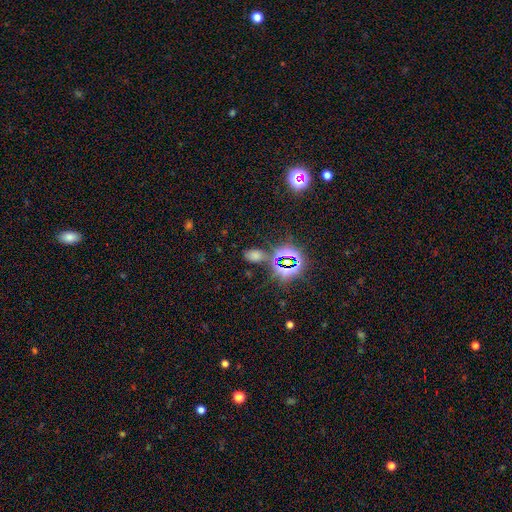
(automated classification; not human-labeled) A smooth galaxy with no disk features (50%).

Vote fractions:
- Smooth or featured? smooth: 50% / star or artifact: 43% / featured or disk: 7%
- Merging? none: 71% / minor disturbance: 14% / merger: 9% / major disturbance: 6%